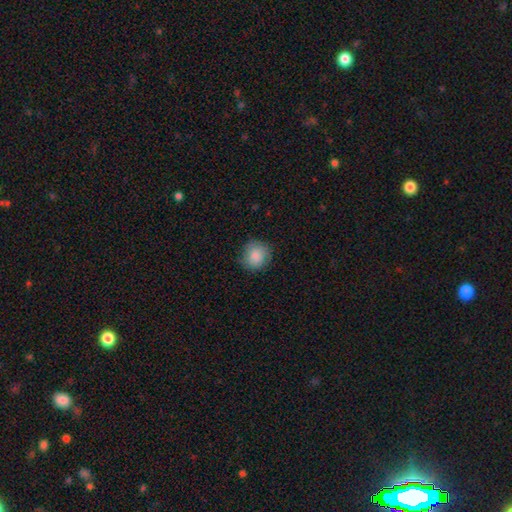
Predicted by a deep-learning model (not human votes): smooth 84%, featured or disk 8%, star or artifact 7%. Down the decision tree: how rounded — round (89%); merging — none (79%).